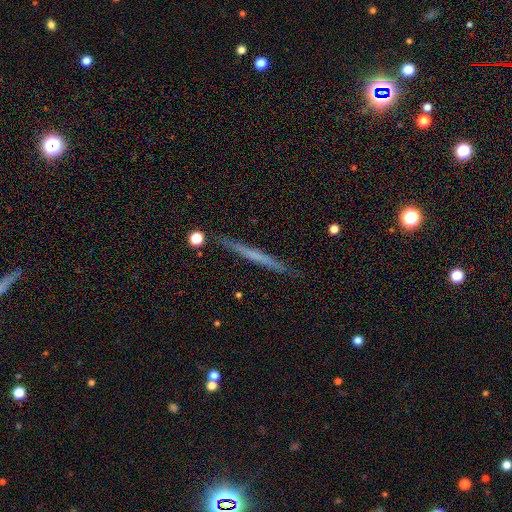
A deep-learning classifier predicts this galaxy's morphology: Overall: featured or disk (51%; smooth 42%). Edge-on disk: yes (97%). Merging: none (90%).